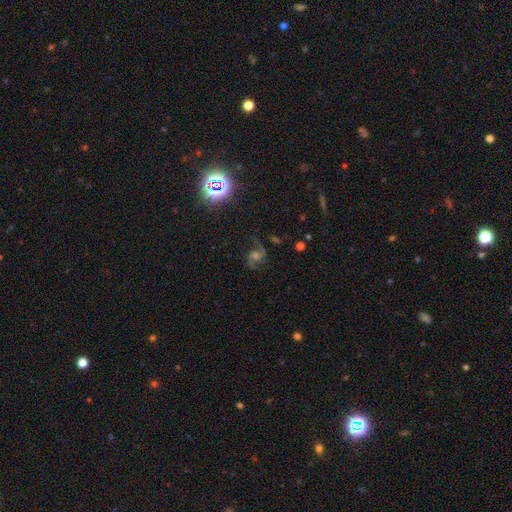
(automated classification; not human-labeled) Q: Smooth or featured?
A: featured or disk (68%); runner-up: star or artifact (22%)
Q: Edge-on disk?
A: no (97%); runner-up: yes (3%)
Q: Bar?
A: no (58%); runner-up: weak (32%)
Q: Spiral arms?
A: yes (95%); runner-up: no (5%)
Q: Spiral winding?
A: medium (45%); runner-up: loose (44%)
Q: Spiral arm count?
A: 2 (88%); runner-up: can't tell (4%)
Q: Bulge size?
A: moderate (53%); runner-up: small (22%)
Q: Merging?
A: none (72%); runner-up: minor disturbance (14%)